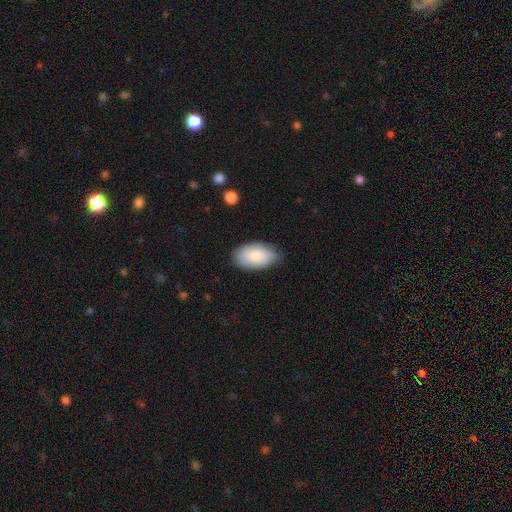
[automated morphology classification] Overall: smooth (79%). How rounded: in between (94%). Merging: none (80%).